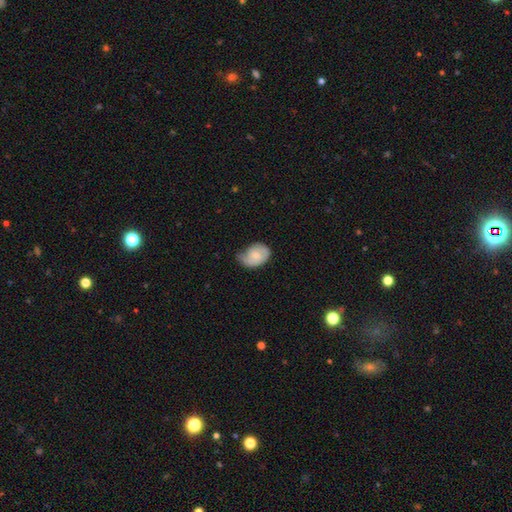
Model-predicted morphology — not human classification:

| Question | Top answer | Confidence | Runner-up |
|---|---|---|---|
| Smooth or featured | smooth | 59% | featured or disk (35%) |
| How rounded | in between | 76% | round (23%) |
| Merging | minor disturbance | 46% | none (34%) |